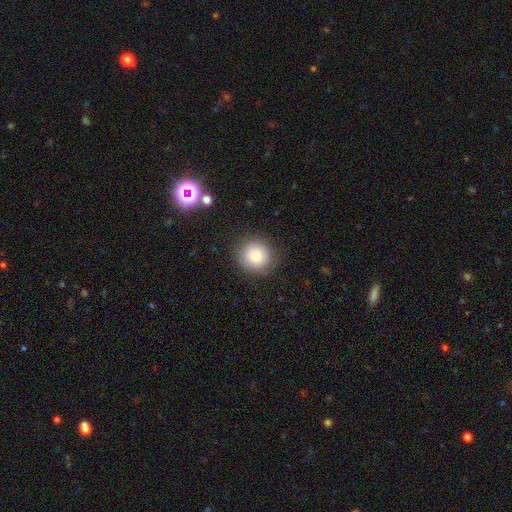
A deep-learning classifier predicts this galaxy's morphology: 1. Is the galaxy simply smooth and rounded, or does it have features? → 78% smooth, 11% star or artifact, 11% featured or disk.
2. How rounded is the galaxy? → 94% round, 5% in between, 1% cigar-shaped.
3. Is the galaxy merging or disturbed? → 88% none, 8% minor disturbance, 3% major disturbance, 1% merger.